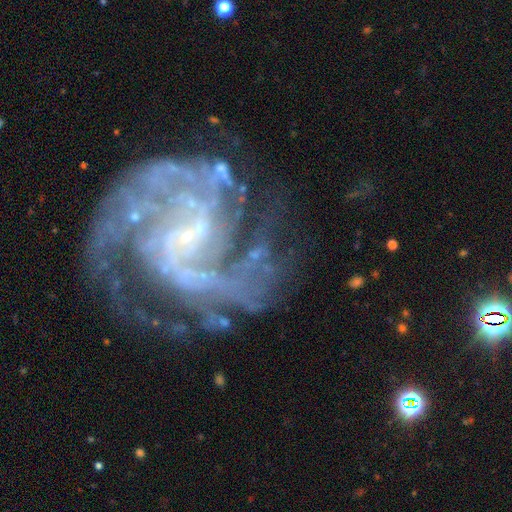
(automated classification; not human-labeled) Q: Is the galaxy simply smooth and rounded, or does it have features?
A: featured or disk — 90%.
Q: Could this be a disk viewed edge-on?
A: no — 98%.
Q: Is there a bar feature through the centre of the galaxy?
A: no — 42%, tied with weak.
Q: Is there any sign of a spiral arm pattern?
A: yes — 97%.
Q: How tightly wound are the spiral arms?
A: medium — 52%.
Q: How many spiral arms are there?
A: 2 — 44%.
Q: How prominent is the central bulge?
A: small — 79%.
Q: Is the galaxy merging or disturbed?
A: none — 62%.